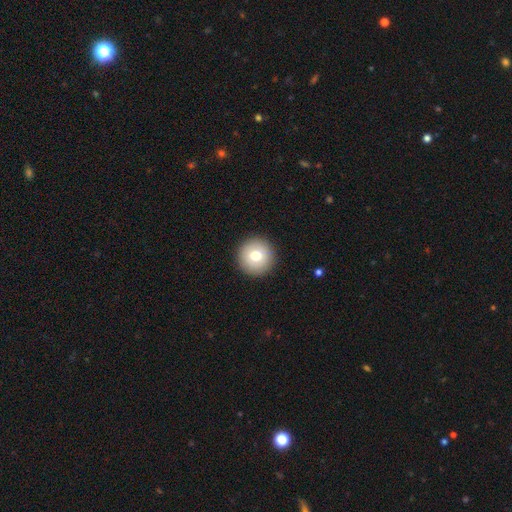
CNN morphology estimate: Overall: smooth (75%). How rounded: round (96%). Merging: none (93%).